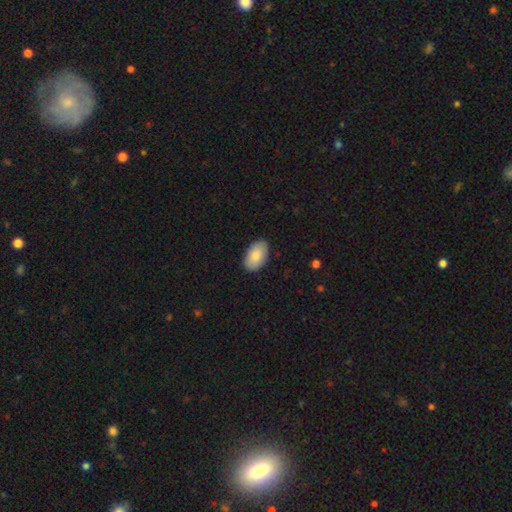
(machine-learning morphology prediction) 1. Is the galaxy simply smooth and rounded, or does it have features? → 87% smooth, 8% featured or disk, 6% star or artifact.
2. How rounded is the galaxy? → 94% in between, 4% round, 1% cigar-shaped.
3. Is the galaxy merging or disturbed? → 88% none, 9% minor disturbance, 2% major disturbance, 1% merger.